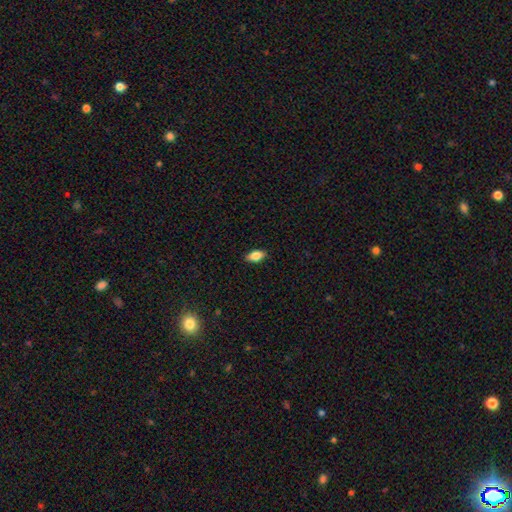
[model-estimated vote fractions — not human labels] Overall: smooth (82%). How rounded: in between (89%). Merging: none (88%).